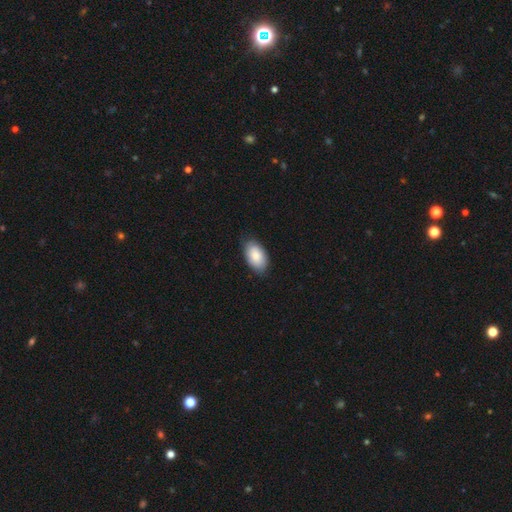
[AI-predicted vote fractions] Smooth or featured? smooth (83%)
How rounded? in between (94%)
Merging? none (77%)